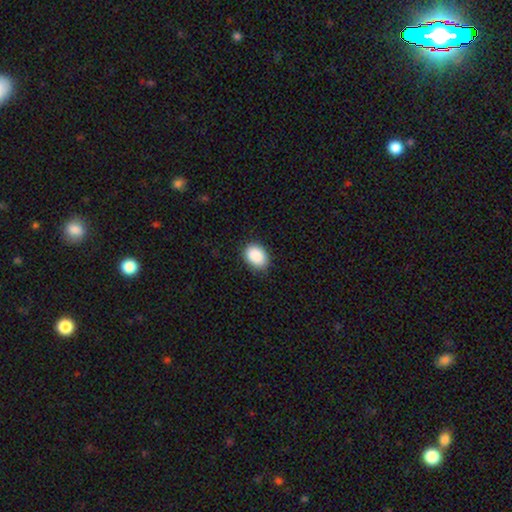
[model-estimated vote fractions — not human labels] smooth-or-featured: smooth: 90% | star or artifact: 7% | featured or disk: 3%
  how-rounded: in between: 73% | round: 26% | cigar-shaped: 1%
  merging: none: 84% | minor disturbance: 12% | major disturbance: 2% | merger: 1%